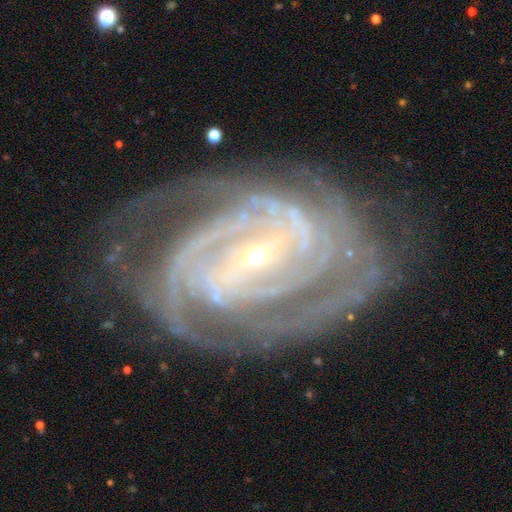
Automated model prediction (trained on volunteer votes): A featured or disk galaxy (92%) with a strong bar (38%), 2 (32%) tight (63%) spiral arms (98%) and a small central bulge (80%).

Vote fractions:
- Smooth or featured? featured or disk: 92% / star or artifact: 5% / smooth: 3%
- Edge-on disk? no: 97% / yes: 3%
- Bar? strong: 38% / weak: 34% / no: 28%
- Spiral arms? yes: 98% / no: 2%
- Spiral winding? tight: 63% / medium: 31% / loose: 6%
- Spiral arm count? 2: 32% / 3: 22% / 4: 16% / can't tell: 14% / more than 4: 8% / 1: 8%
- Bulge size? small: 80% / moderate: 17% / large: 1% / none: 1% / dominant: 1%
- Merging? none: 66% / minor disturbance: 18% / major disturbance: 13% / merger: 2%